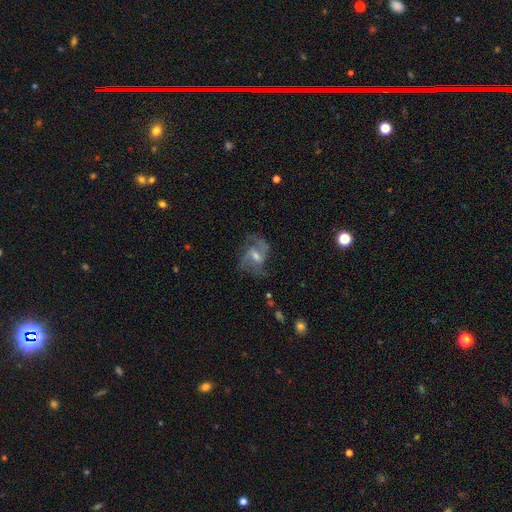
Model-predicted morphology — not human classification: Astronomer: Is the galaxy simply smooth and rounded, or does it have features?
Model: featured or disk — 79%.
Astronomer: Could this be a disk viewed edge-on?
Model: no — 97%.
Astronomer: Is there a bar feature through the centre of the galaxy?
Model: weak — 56%.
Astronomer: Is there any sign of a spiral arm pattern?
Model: yes — 91%.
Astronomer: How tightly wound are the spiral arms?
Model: medium — 47% (runner-up: loose, 38%).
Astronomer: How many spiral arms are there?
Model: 2 — 50%.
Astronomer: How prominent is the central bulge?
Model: moderate — 50% (runner-up: small, 37%).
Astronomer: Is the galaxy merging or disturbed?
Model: none — 58%.